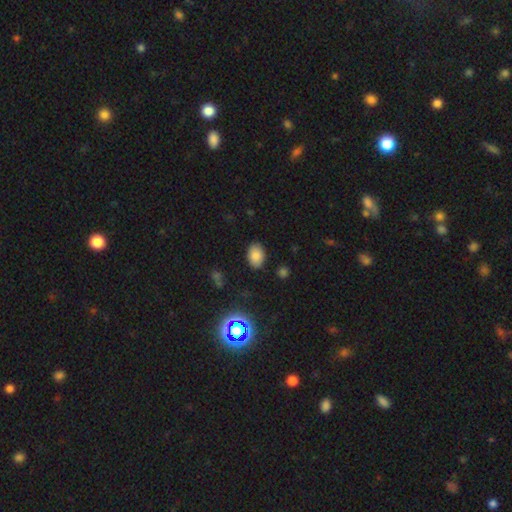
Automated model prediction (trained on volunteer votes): Overall: smooth (82%). How rounded: in between (84%). Merging: none (86%).